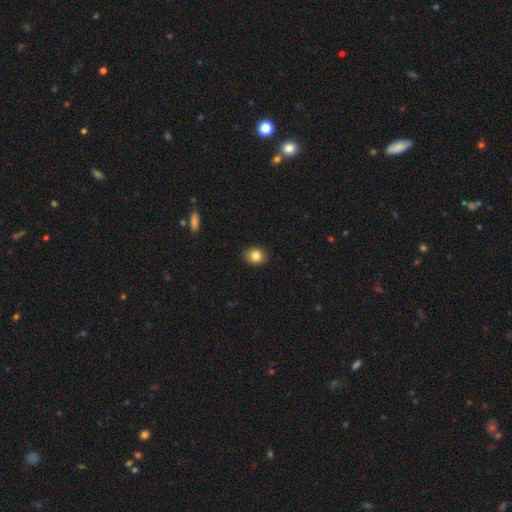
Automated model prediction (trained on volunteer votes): A smooth galaxy with no disk features (84%) that is round (65%).

Vote fractions:
- Smooth or featured? smooth: 84% / star or artifact: 10% / featured or disk: 6%
- How rounded? round: 65% / in between: 34% / cigar-shaped: 1%
- Merging? none: 90% / minor disturbance: 7% / major disturbance: 2% / merger: 1%